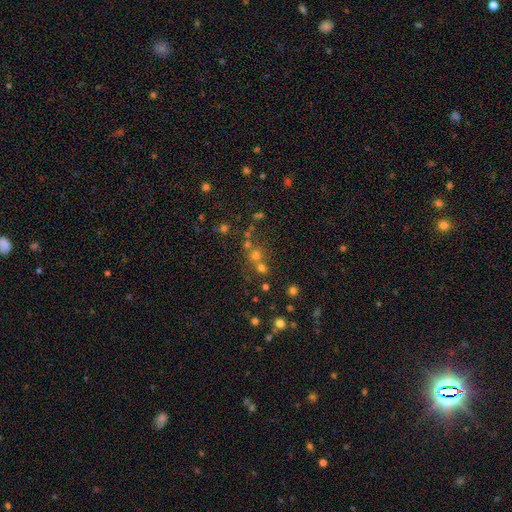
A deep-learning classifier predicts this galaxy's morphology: type=smooth (45%); merging=none (56%).